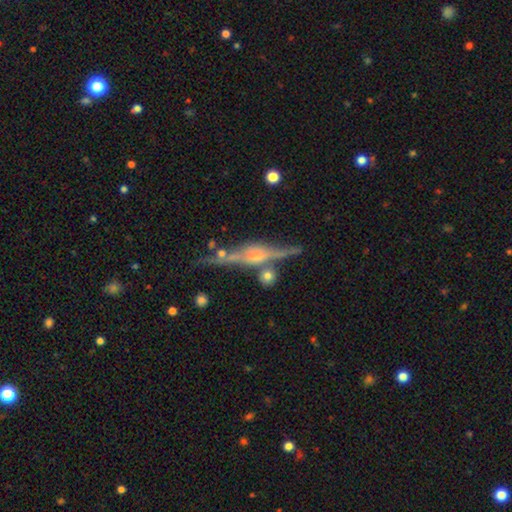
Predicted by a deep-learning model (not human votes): Overall: featured or disk (81%). Edge-on disk: yes (95%). Edge-on bulge: rounded (77%). Merging: none (75%).